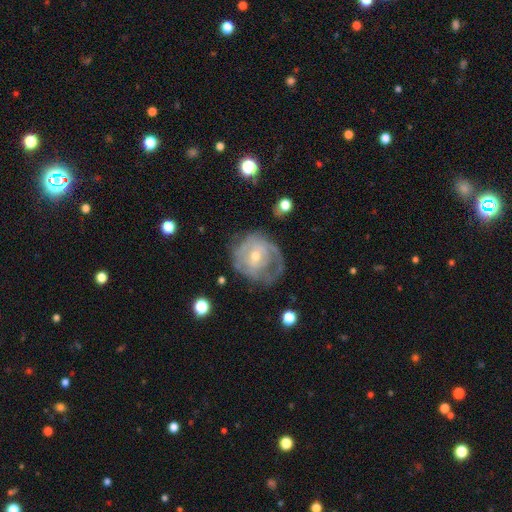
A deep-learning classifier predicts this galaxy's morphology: This is likely a featured or disk galaxy (73%). It is clearly not viewed edge-on (97%). Bar: likely no (62%). Spiral arm pattern: likely yes (73%). Spiral arm count: possibly can't tell (47%). Spiral winding: possibly tight (57%). Central bulge: possibly small (52%). Merging: possibly none (55%).